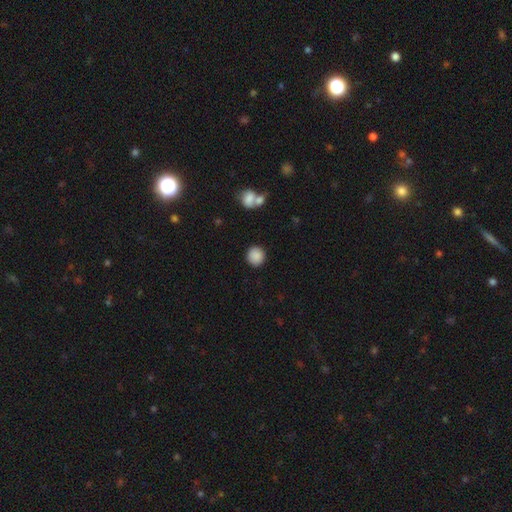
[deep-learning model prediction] smooth 88%, star or artifact 8%, featured or disk 4%. Down the decision tree: how rounded — round (91%); merging — none (88%).